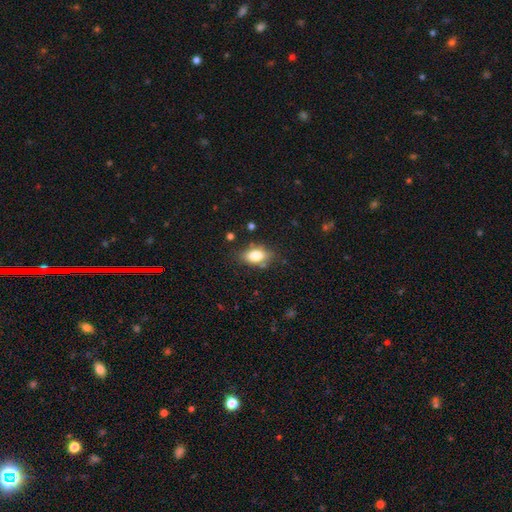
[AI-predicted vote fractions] A smooth galaxy with no disk features (79%) that is in between round and cigar-shaped (85%). Merging: none (74%).